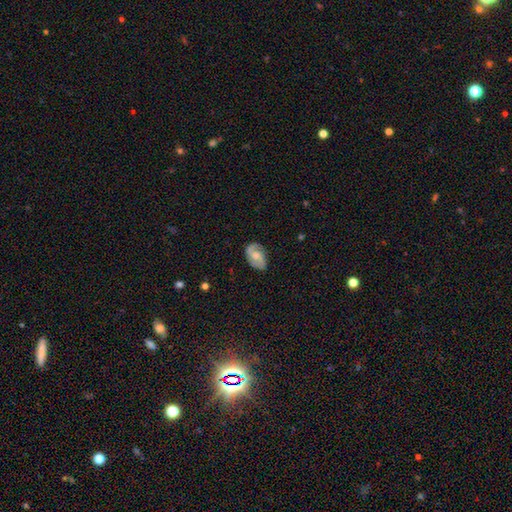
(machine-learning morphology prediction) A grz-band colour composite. It shows a featured or disk galaxy (66%) with no bar (53%), 2 (81%) medium (46%) spiral arms (89%) and a moderate central bulge (52%). Merging: none (72%).